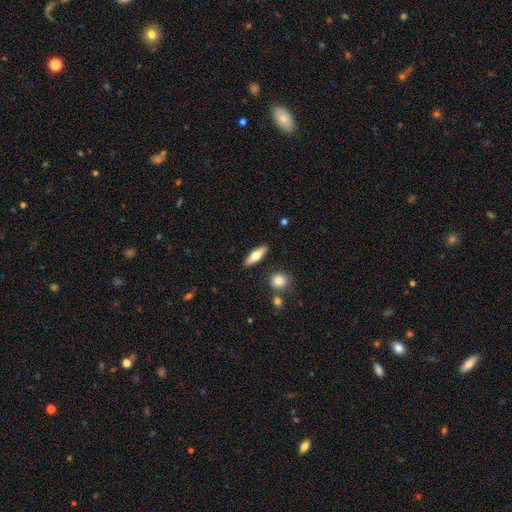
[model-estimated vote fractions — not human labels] A smooth galaxy with no disk features (58%) that is cigar-shaped (49%). Merging: none (88%).